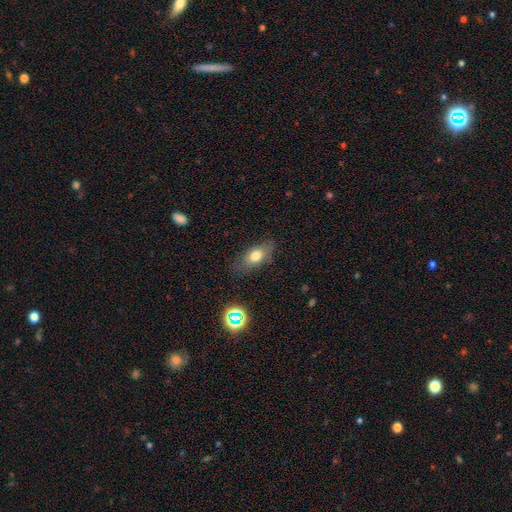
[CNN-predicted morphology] Smooth or featured: smooth — 72% (featured or disk — 18%)
How rounded: in between — 80% (cigar-shaped — 11%)
Merging: none — 75% (minor disturbance — 18%)